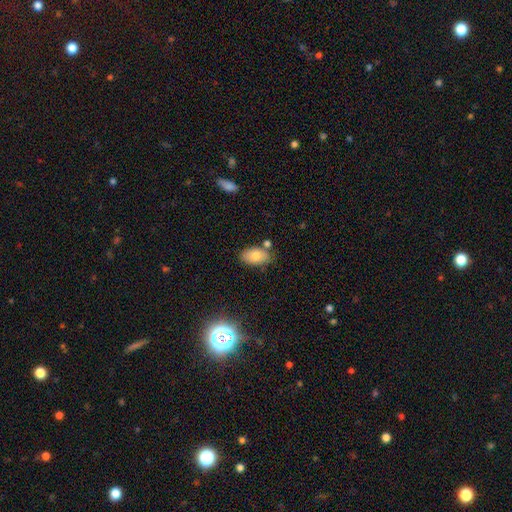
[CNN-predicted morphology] A smooth galaxy with no disk features (79%) that is in between round and cigar-shaped (92%). Merging: none (71%).